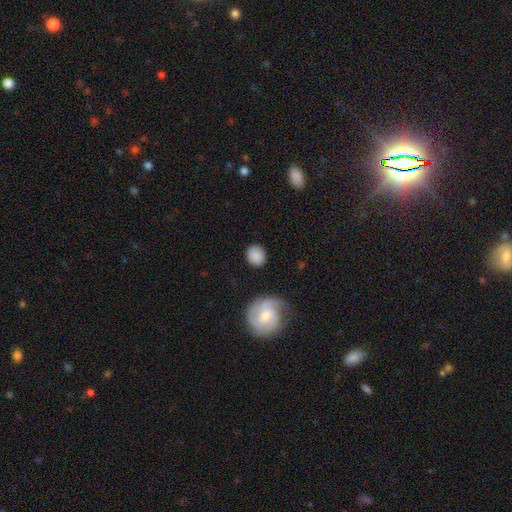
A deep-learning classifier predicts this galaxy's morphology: A smooth galaxy with no disk features (82%) that is round (71%). Merging: none (82%).